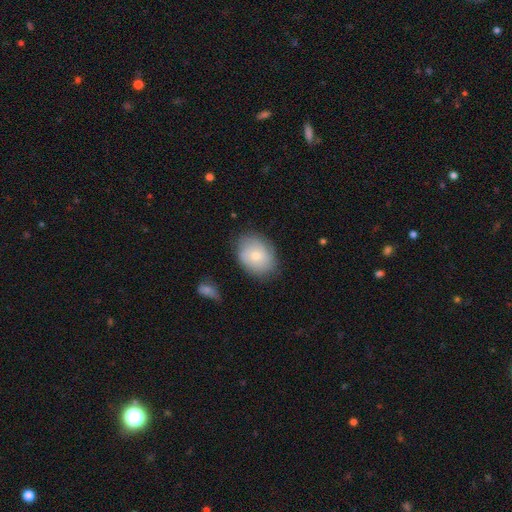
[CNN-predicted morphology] Smooth or featured? smooth (69%)
How rounded? in between (62%)
Merging? none (76%)